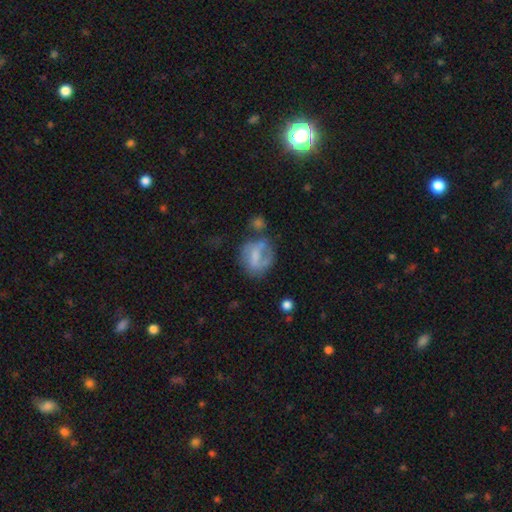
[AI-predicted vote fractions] Smooth or featured? Predicted: smooth (p=0.48). Merging? Predicted: none (p=0.43).